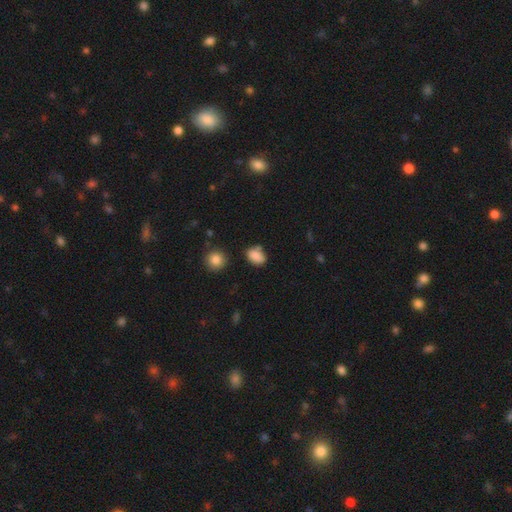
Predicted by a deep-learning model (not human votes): smooth 85%, star or artifact 10%, featured or disk 5%. Down the decision tree: how rounded — in between (81%); merging — none (67%).